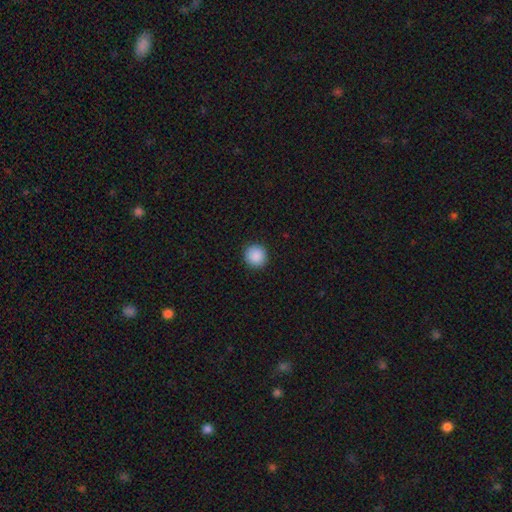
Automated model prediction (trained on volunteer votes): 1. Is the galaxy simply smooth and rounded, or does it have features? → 89% smooth, 8% star or artifact, 3% featured or disk.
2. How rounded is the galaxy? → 95% round, 4% in between, 1% cigar-shaped.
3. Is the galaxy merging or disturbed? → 92% none, 5% minor disturbance, 2% major disturbance, 1% merger.